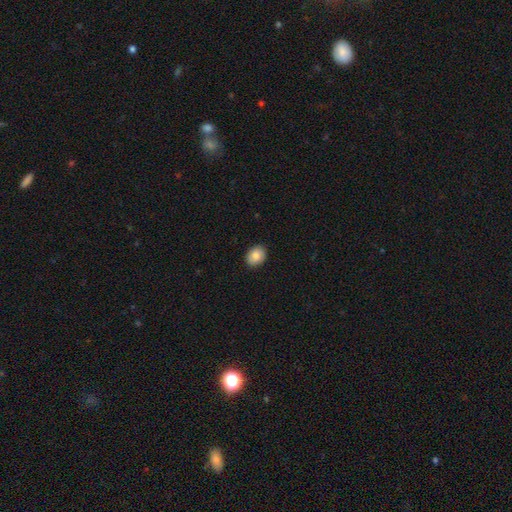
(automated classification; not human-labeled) A smooth galaxy with no disk features (86%) that is in between round and cigar-shaped (61%). Merging: none (90%).